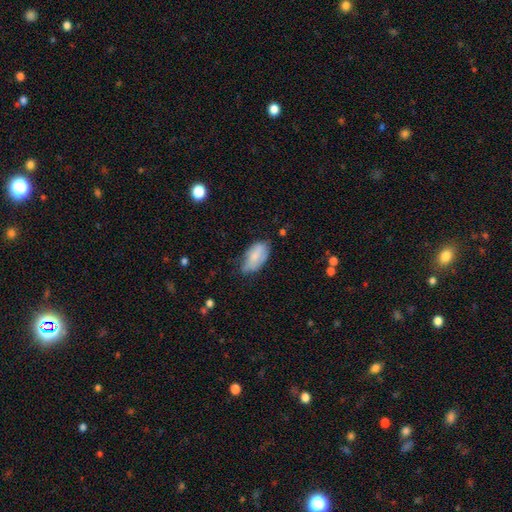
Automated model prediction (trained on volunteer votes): Smooth or featured? Predicted: smooth (p=0.69). How rounded? Predicted: in between (p=0.93). Merging? Predicted: none (p=0.50).